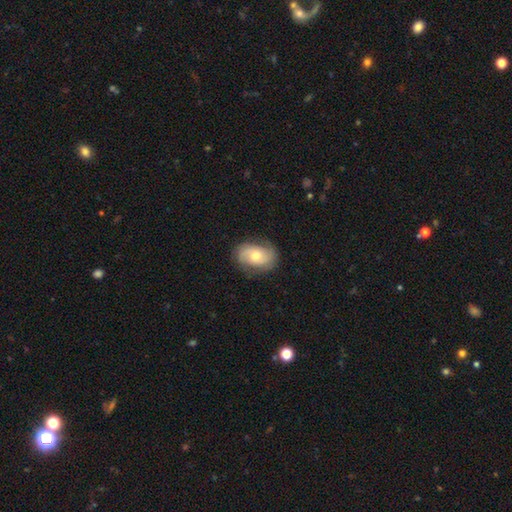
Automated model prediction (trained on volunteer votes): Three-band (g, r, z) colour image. It shows a featured or disk galaxy (56%) with no bar (69%), spiral arms (85%) and a moderate central bulge (66%). Merging: none (78%).